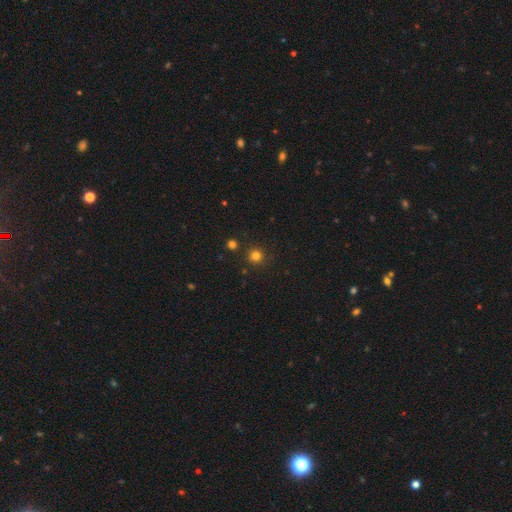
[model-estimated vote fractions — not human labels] Q: Smooth or featured?
A: smooth (78%); runner-up: star or artifact (17%)
Q: How rounded?
A: round (94%); runner-up: in between (5%)
Q: Merging?
A: none (88%); runner-up: minor disturbance (6%)